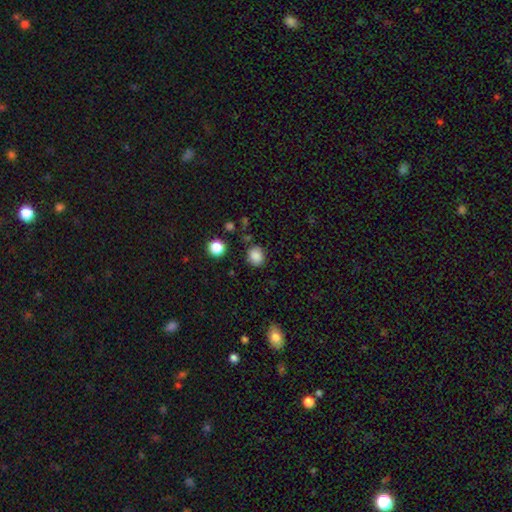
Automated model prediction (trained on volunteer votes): A smooth galaxy with no disk features (85%) that is round (65%).

Vote fractions:
- Smooth or featured? smooth: 85% / star or artifact: 11% / featured or disk: 3%
- How rounded? round: 65% / in between: 34% / cigar-shaped: 1%
- Merging? none: 81% / minor disturbance: 13% / major disturbance: 4% / merger: 3%